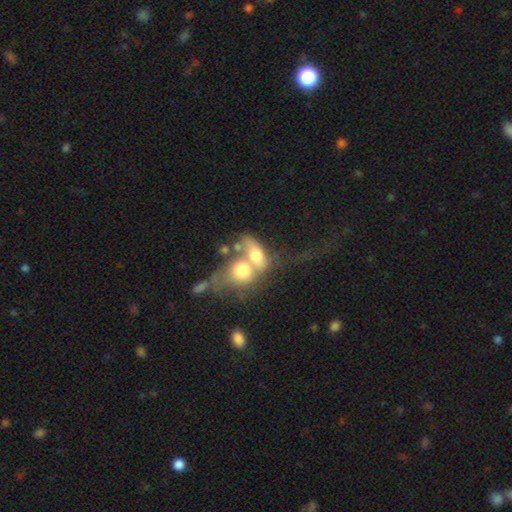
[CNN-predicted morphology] This is possibly a smooth galaxy (56%). How rounded: likely in between (65%). Merging: likely merger (74%).